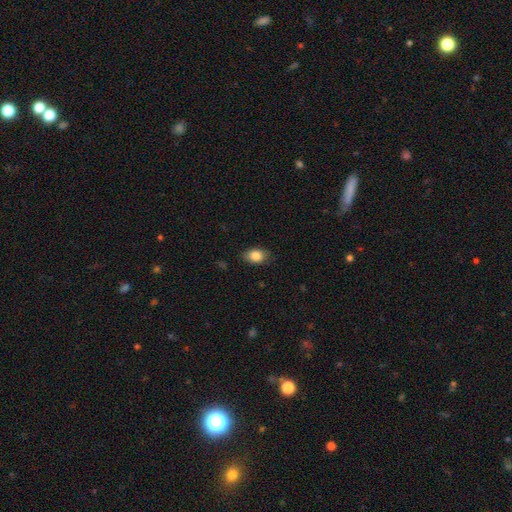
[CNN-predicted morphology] type=smooth (85%); roundness=in between (80%); merging=none (81%).